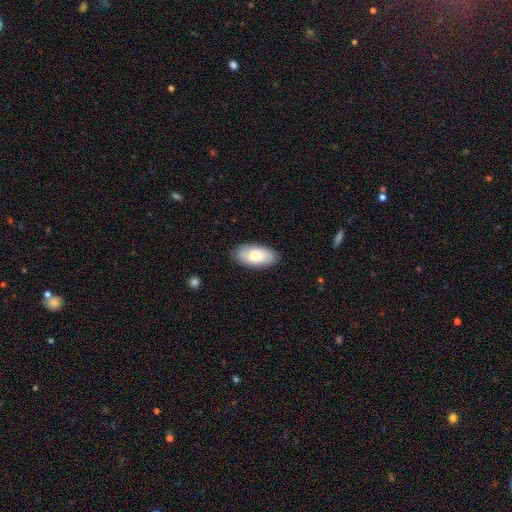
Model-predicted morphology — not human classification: smooth-or-featured: smooth: 71% | featured or disk: 23% | star or artifact: 6%
  how-rounded: in between: 94% | cigar-shaped: 4% | round: 3%
  merging: none: 86% | minor disturbance: 10% | major disturbance: 2% | merger: 1%